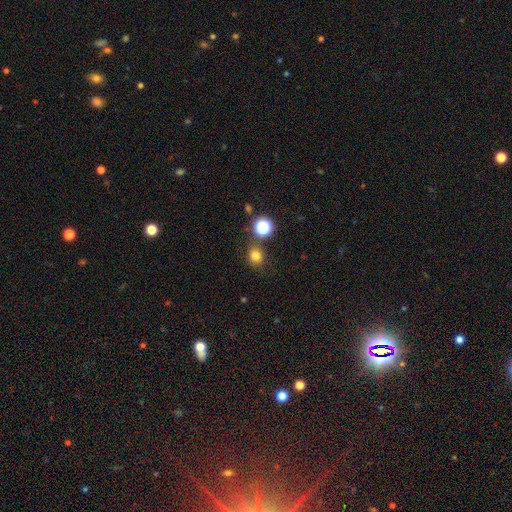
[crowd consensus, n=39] Smooth or featured? smooth (74%)
How rounded? round (76%)
Merging? none (66%)